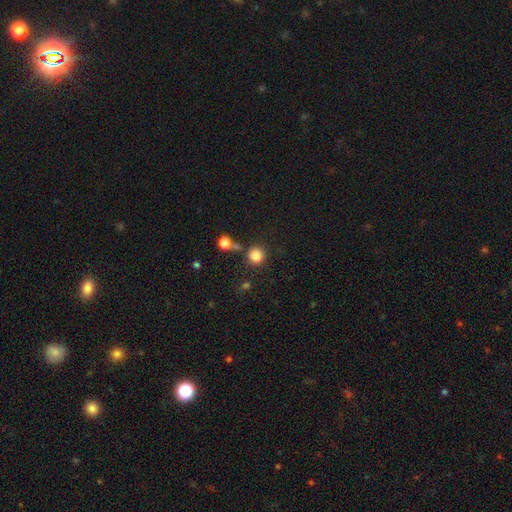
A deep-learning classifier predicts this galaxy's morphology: smooth 84%, star or artifact 12%, featured or disk 4%. Down the decision tree: how rounded — round (92%); merging — none (78%).